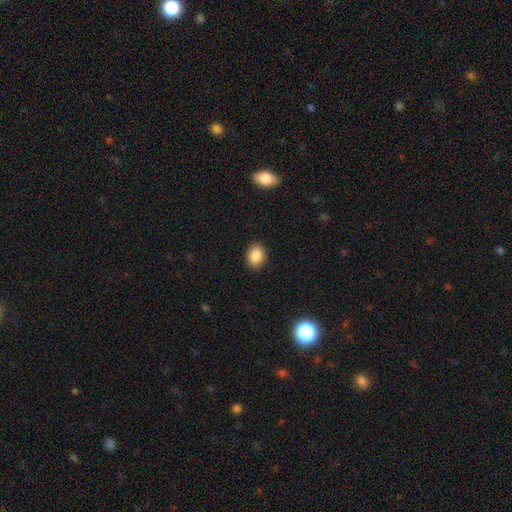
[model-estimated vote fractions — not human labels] A smooth galaxy with no disk features (86%) that is in between round and cigar-shaped (54%). Merging: none (89%).